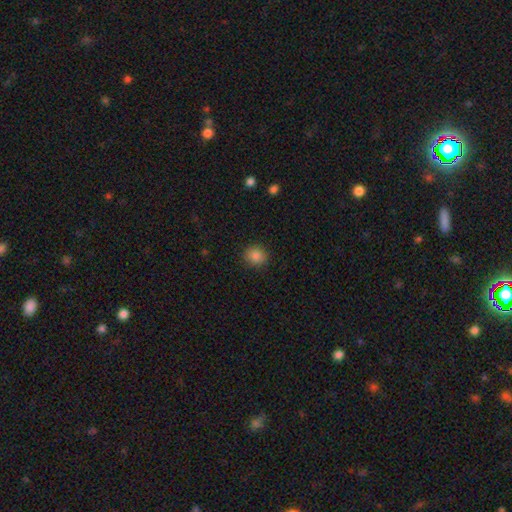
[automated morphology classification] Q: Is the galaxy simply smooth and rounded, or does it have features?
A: smooth — 85%.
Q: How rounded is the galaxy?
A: round — 83%.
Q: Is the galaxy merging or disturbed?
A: none — 90%.